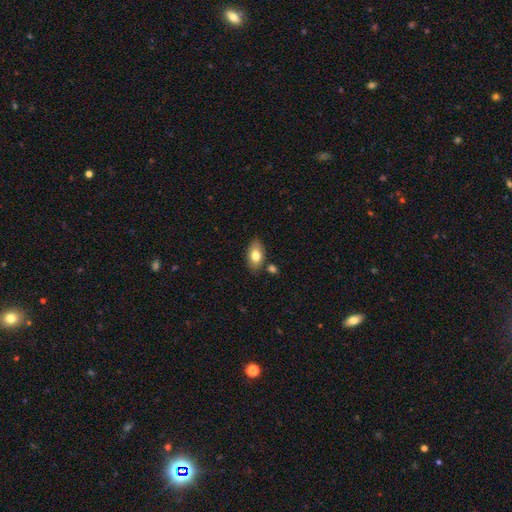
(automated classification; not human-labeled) The model was most divided on "smooth or featured": smooth: 78%, featured or disk: 15%, star or artifact: 7%. More confident: how rounded — in between (90%); merging — none (78%).